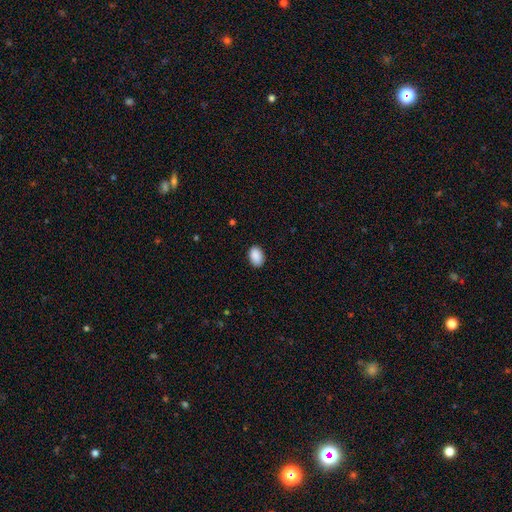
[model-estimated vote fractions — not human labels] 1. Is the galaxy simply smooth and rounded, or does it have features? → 90% smooth, 7% star or artifact, 3% featured or disk.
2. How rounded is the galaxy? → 84% in between, 14% round, 1% cigar-shaped.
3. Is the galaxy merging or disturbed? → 86% none, 10% minor disturbance, 2% major disturbance, 1% merger.